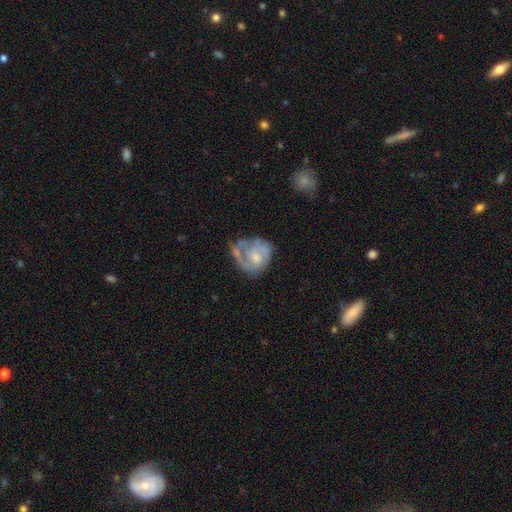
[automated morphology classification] smooth_or_featured: featured or disk (p=0.65) [alt: smooth p=0.28]
disk_edge_on: no (p=0.98) [alt: yes p=0.02]
bar: no (p=0.67) [alt: weak p=0.29]
has_spiral_arms: yes (p=0.67) [alt: no p=0.33]
bulge_size: moderate (p=0.46) [alt: small p=0.34]
merging: none (p=0.43) [alt: minor disturbance p=0.26]